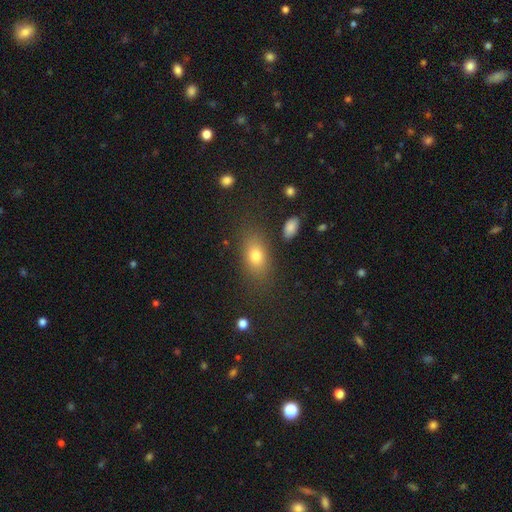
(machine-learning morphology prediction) A smooth galaxy with no disk features (76%) that is in between round and cigar-shaped (80%). Merging: none (78%).